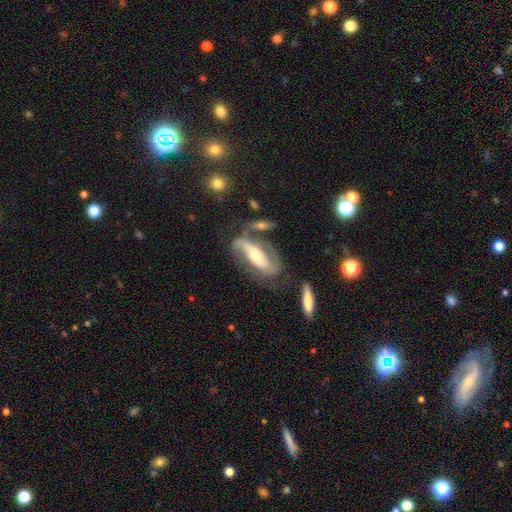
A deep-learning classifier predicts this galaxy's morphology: smooth-or-featured: featured or disk: 79% | smooth: 15% | star or artifact: 6%
  disk-edge-on: no: 87% | yes: 13%
    bar: strong: 45% | no: 29% | weak: 26%
    has-spiral-arms: yes: 90% | no: 10%
      spiral-winding: medium: 42% | loose: 34% | tight: 25%
      spiral-arm-count: 2: 83% | can't tell: 8% | 1: 6% | 3: 1% | 4: 1% | more than 4: 1%
    bulge-size: moderate: 58% | small: 30% | large: 8% | dominant: 2% | none: 2%
  merging: none: 54% | minor disturbance: 20% | major disturbance: 16% | merger: 11%